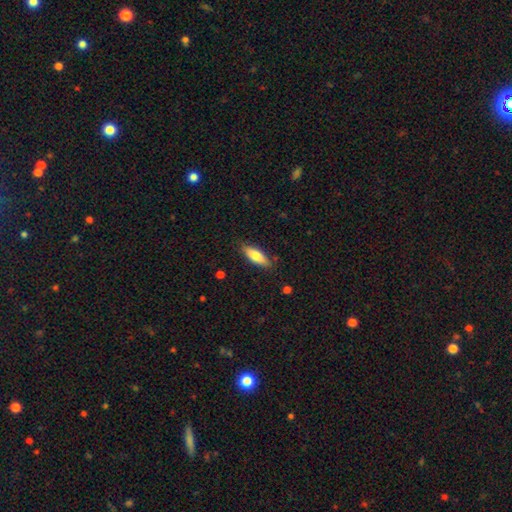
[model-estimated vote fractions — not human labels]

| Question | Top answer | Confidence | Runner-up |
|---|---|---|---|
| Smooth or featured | smooth | 75% | featured or disk (19%) |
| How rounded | in between | 60% | cigar-shaped (38%) |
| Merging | none | 84% | minor disturbance (12%) |